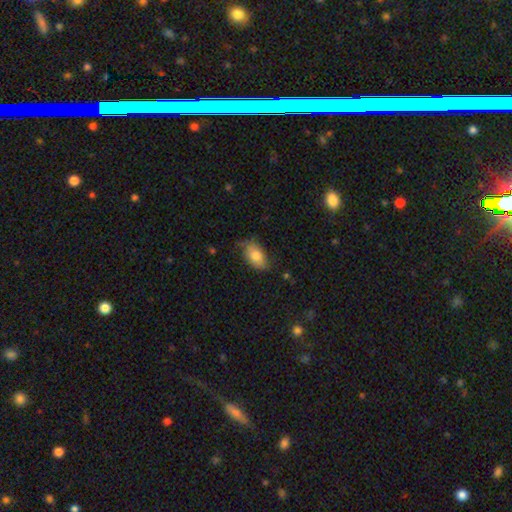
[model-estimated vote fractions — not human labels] The model was most divided on "merging": none: 65%, minor disturbance: 27%, major disturbance: 6%, merger: 2%. More confident: how rounded — in between (92%); smooth or featured — smooth (79%).